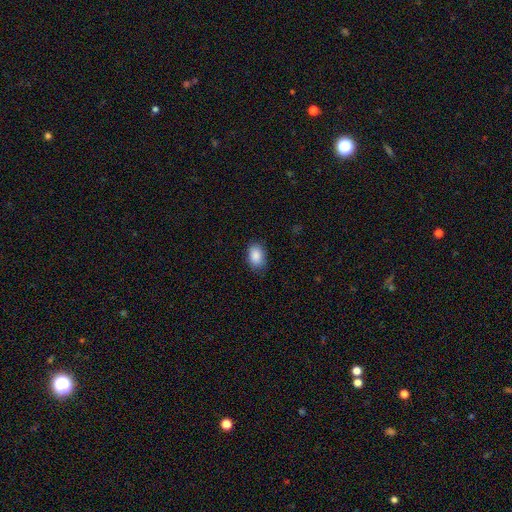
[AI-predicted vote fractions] Morphology: type=smooth (88%); roundness=in between (87%); merging=none (80%).